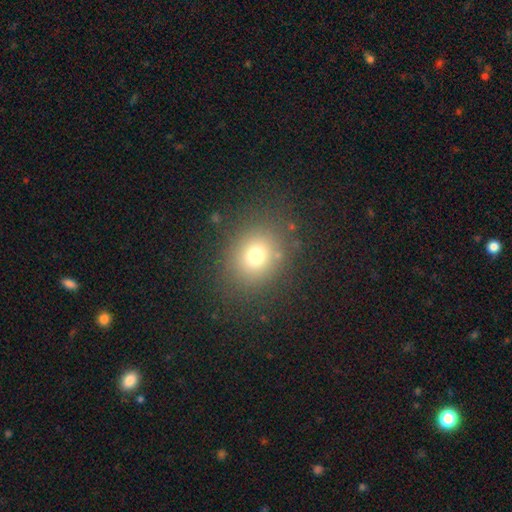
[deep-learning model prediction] smooth-or-featured: smooth: 73% | star or artifact: 16% | featured or disk: 11%
  how-rounded: round: 67% | in between: 32% | cigar-shaped: 1%
  merging: none: 83% | minor disturbance: 10% | major disturbance: 5% | merger: 2%